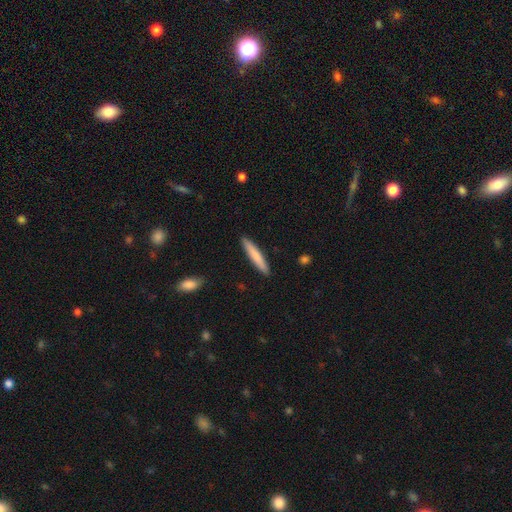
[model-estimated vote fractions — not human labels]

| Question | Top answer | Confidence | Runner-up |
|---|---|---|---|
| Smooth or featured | smooth | 77% | featured or disk (18%) |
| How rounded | cigar-shaped | 94% | in between (5%) |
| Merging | none | 91% | minor disturbance (6%) |